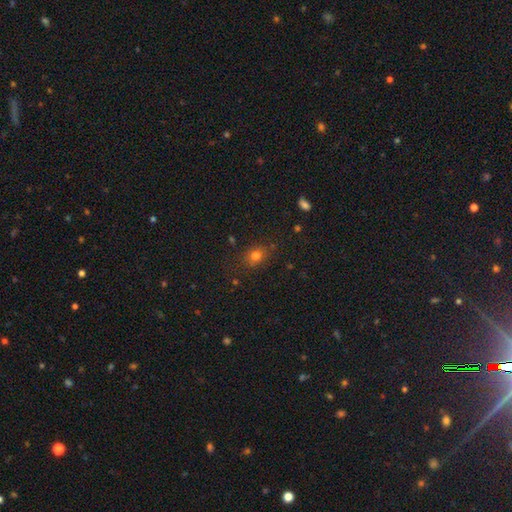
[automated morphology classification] Smooth or featured?
  - smooth: 74% *
  - star or artifact: 17%
  - featured or disk: 9%
How rounded?
  - in between: 53% *
  - round: 46%
  - cigar-shaped: 2%
Merging?
  - none: 81% *
  - minor disturbance: 13%
  - major disturbance: 4%
  - merger: 2%